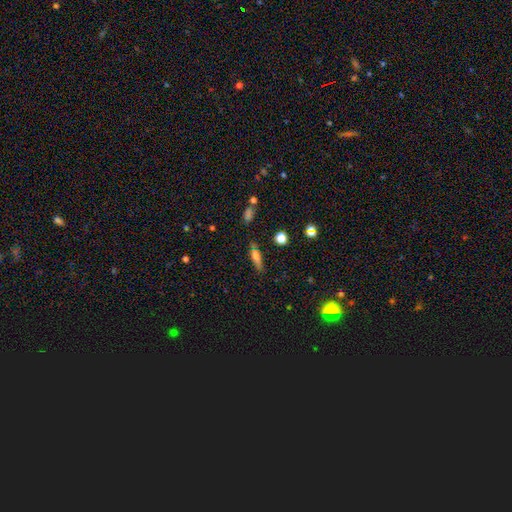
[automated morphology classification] A smooth galaxy with no disk features (65%) that is cigar-shaped (59%).

Vote fractions:
- Smooth or featured? smooth: 65% / featured or disk: 22% / star or artifact: 12%
- How rounded? cigar-shaped: 59% / in between: 37% / round: 4%
- Merging? none: 65% / minor disturbance: 23% / major disturbance: 7% / merger: 5%